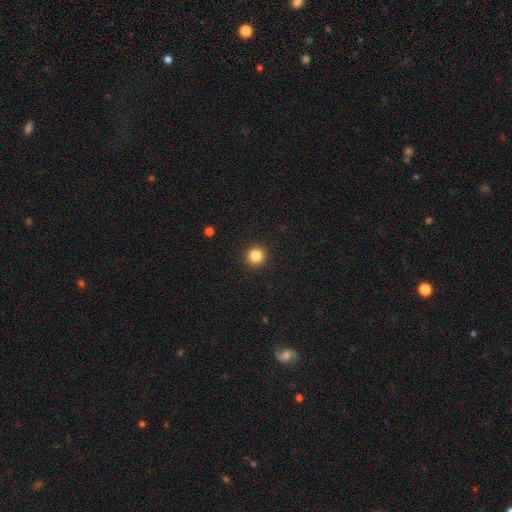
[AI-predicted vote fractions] Smooth or featured: smooth — 85% (star or artifact — 11%)
How rounded: round — 95% (in between — 4%)
Merging: none — 93% (minor disturbance — 4%)